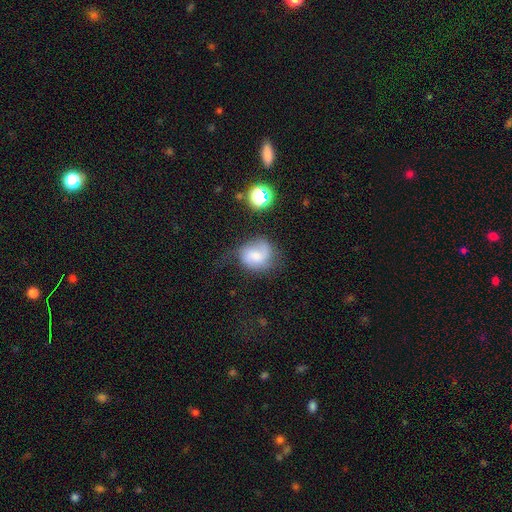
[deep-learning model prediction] Smooth or featured: featured or disk — 47% (smooth — 42%)
Merging: none — 46% (minor disturbance — 29%)